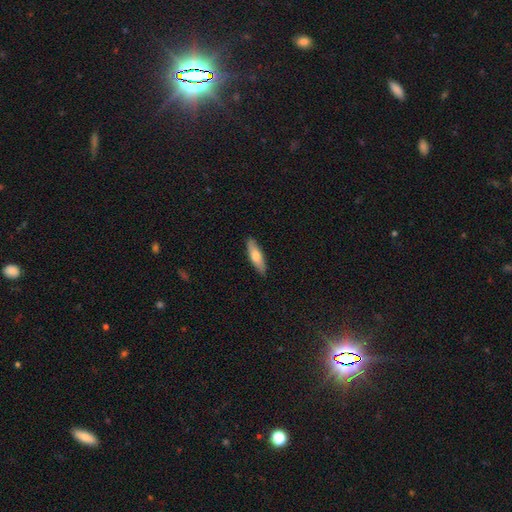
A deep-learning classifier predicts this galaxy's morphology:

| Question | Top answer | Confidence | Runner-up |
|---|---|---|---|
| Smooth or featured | smooth | 65% | featured or disk (29%) |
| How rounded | cigar-shaped | 59% | in between (39%) |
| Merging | none | 88% | minor disturbance (9%) |